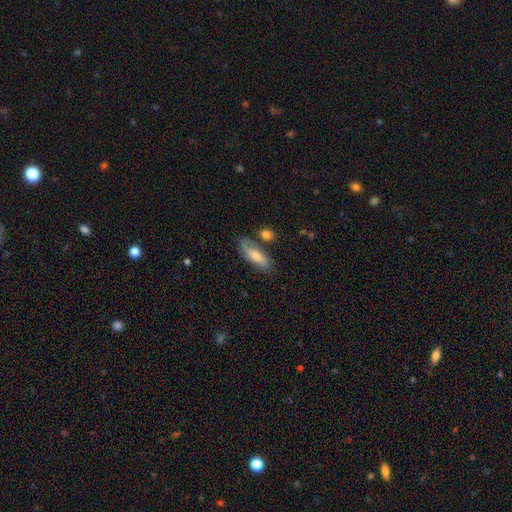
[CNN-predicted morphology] smooth 58%, featured or disk 34%, star or artifact 8%. Down the decision tree: how rounded — in between (57%); merging — none (63%).